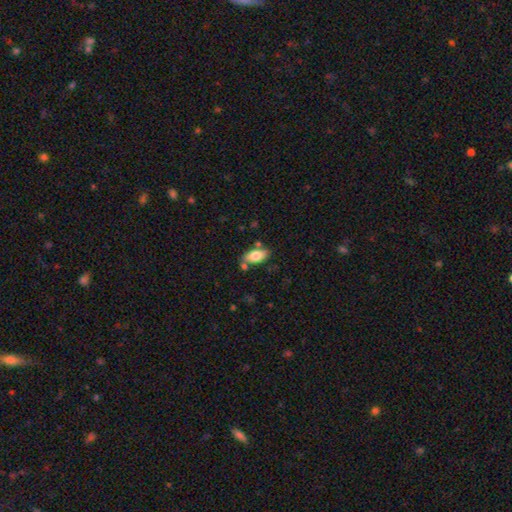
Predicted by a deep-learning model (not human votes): Smooth or featured: smooth — 80% (featured or disk — 13%)
How rounded: in between — 90% (cigar-shaped — 7%)
Merging: none — 74% (minor disturbance — 14%)